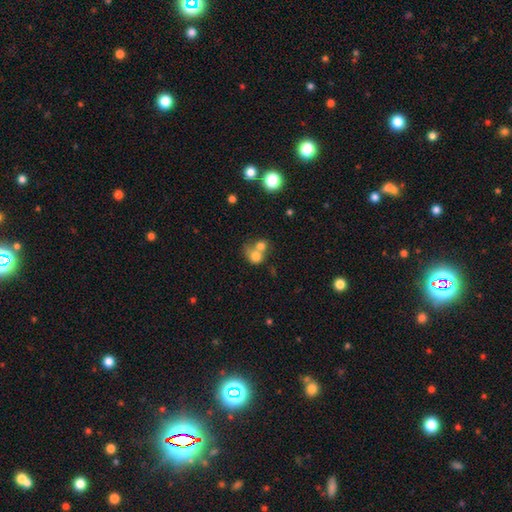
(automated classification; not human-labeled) Smooth or featured?
  - smooth: 72% *
  - featured or disk: 17%
  - star or artifact: 11%
How rounded?
  - round: 68% *
  - in between: 31%
  - cigar-shaped: 1%
Merging?
  - merger: 68% *
  - none: 21%
  - minor disturbance: 6%
  - major disturbance: 5%